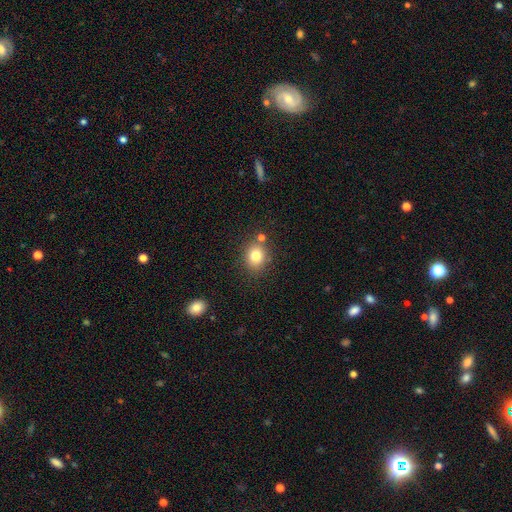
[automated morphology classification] smooth 80%, star or artifact 12%, featured or disk 9%. Down the decision tree: how rounded — round (66%); merging — none (76%).